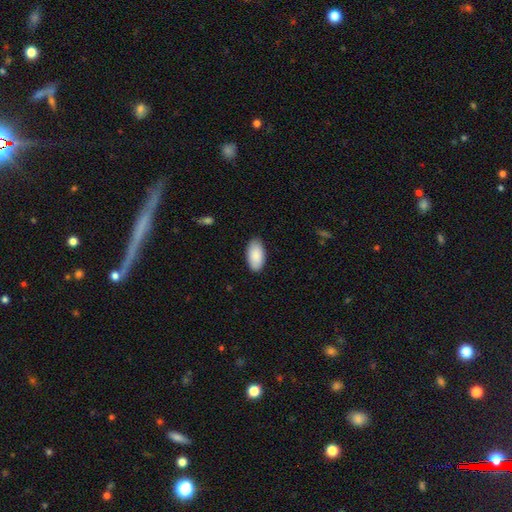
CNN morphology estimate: Smooth or featured? Predicted: smooth (p=0.89). How rounded? Predicted: in between (p=0.95). Merging? Predicted: none (p=0.84).